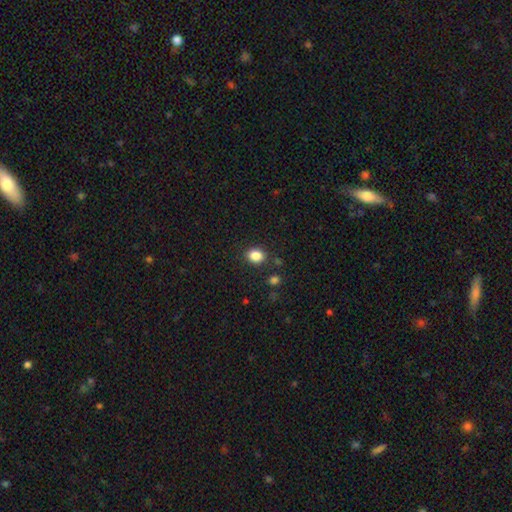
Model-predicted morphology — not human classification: smooth_or_featured: smooth (p=0.85) [alt: star or artifact p=0.10]
how_rounded: round (p=0.51) [alt: in between p=0.48]
merging: none (p=0.85) [alt: minor disturbance p=0.09]